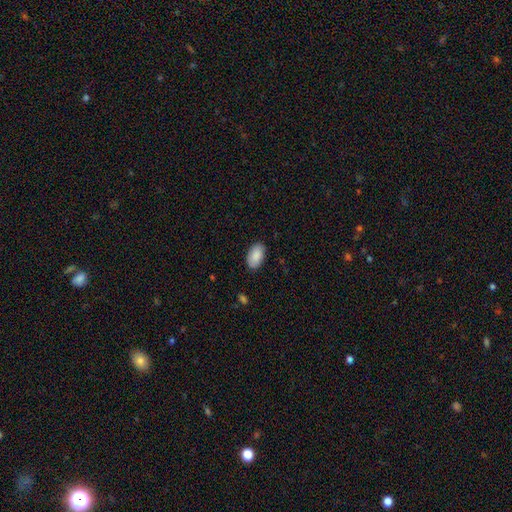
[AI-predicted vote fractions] This is clearly a smooth galaxy (88%). How rounded: clearly in between (94%). Merging: clearly none (86%).